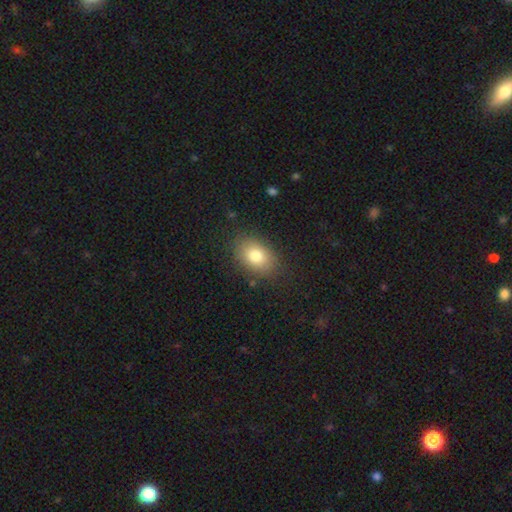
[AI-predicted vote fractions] Smooth or featured? smooth (80%)
How rounded? in between (80%)
Merging? none (84%)